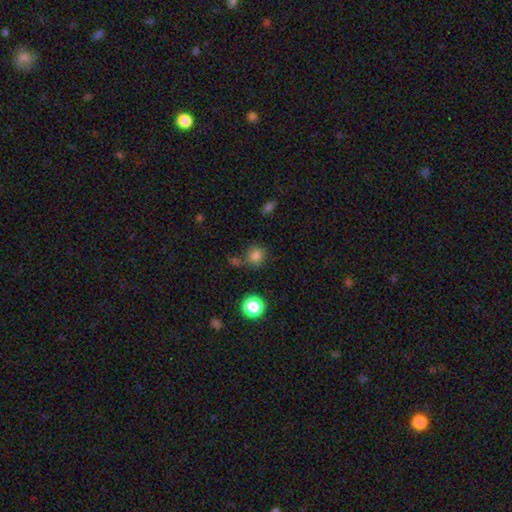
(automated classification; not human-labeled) smooth_or_featured: smooth (p=0.80) [alt: star or artifact p=0.15]
how_rounded: round (p=0.83) [alt: in between p=0.16]
merging: none (p=0.69) [alt: minor disturbance p=0.14]